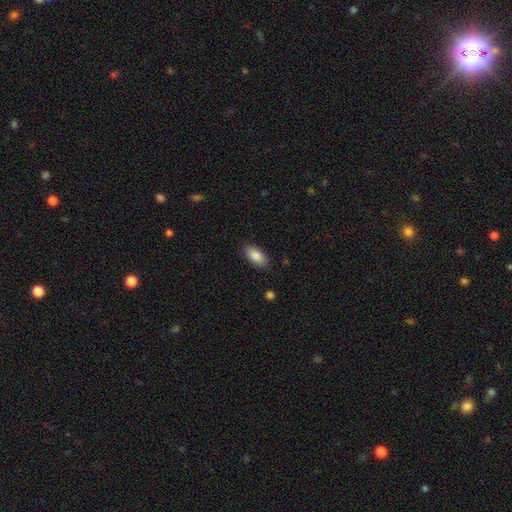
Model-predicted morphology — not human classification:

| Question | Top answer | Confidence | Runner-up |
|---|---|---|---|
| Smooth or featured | smooth | 88% | star or artifact (7%) |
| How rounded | in between | 91% | cigar-shaped (7%) |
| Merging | none | 86% | minor disturbance (10%) |